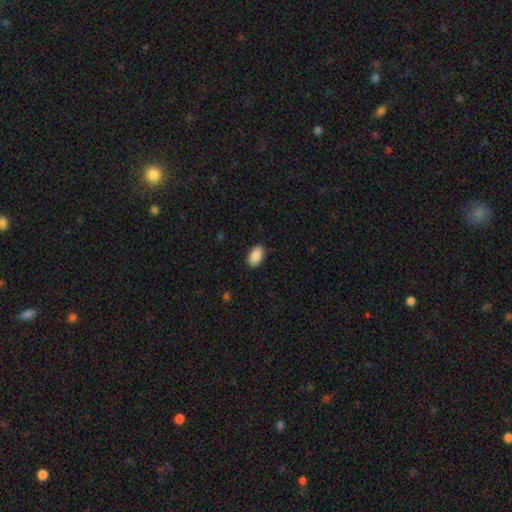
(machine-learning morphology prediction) Smooth or featured: smooth — 90% (star or artifact — 7%)
How rounded: in between — 94% (round — 4%)
Merging: none — 87% (minor disturbance — 10%)